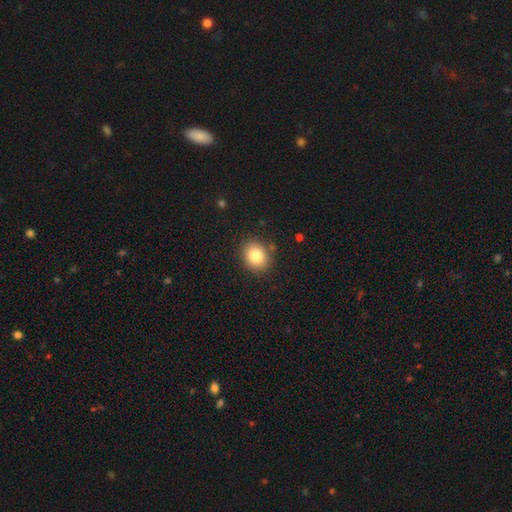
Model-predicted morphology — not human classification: Smooth or featured: smooth — 82% (star or artifact — 10%)
How rounded: round — 62% (in between — 37%)
Merging: none — 86% (minor disturbance — 9%)